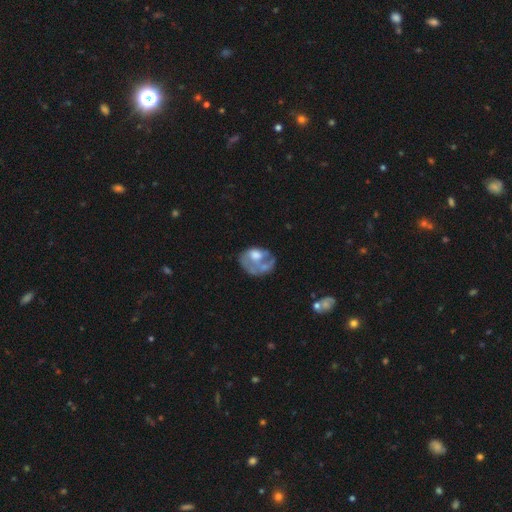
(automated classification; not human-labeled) Overall: featured or disk (54%; smooth 38%). Edge-on disk: no (97%). Bar: no (86%). Spiral arms: no (74%). Bulge size: moderate (44%; large 25%). Merging: major disturbance (36%; none 29%).